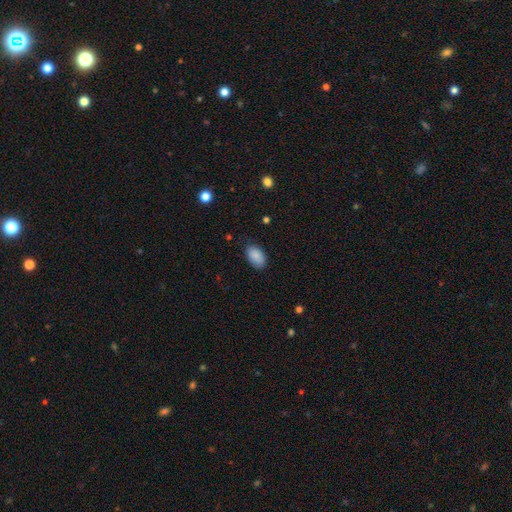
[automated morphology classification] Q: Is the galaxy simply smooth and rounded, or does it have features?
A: smooth — 88%.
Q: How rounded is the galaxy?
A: in between — 93%.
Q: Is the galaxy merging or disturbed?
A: none — 76%.